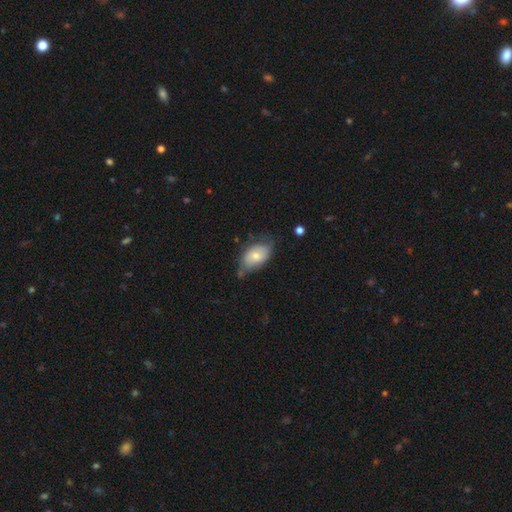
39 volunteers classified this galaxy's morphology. Q: Smooth or featured?
A: smooth (62%); runner-up: featured or disk (31%)
Q: How rounded?
A: in between (96%); runner-up: round (4%)
Q: Merging?
A: none (42%); runner-up: minor disturbance (36%)